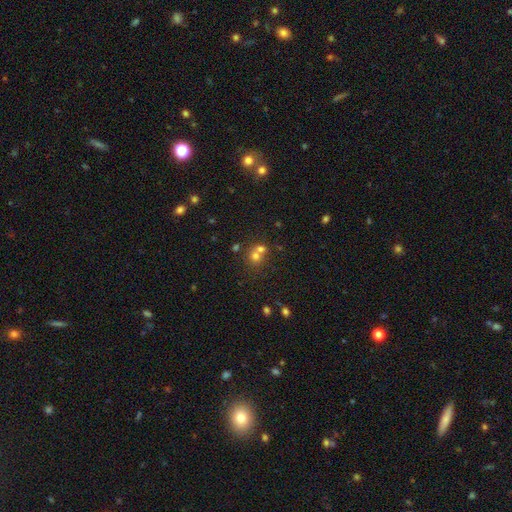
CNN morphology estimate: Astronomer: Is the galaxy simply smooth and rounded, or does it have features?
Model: smooth — 66%.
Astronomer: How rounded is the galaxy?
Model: round — 81%.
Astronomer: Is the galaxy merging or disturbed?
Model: merger — 53% (runner-up: none, 39%).